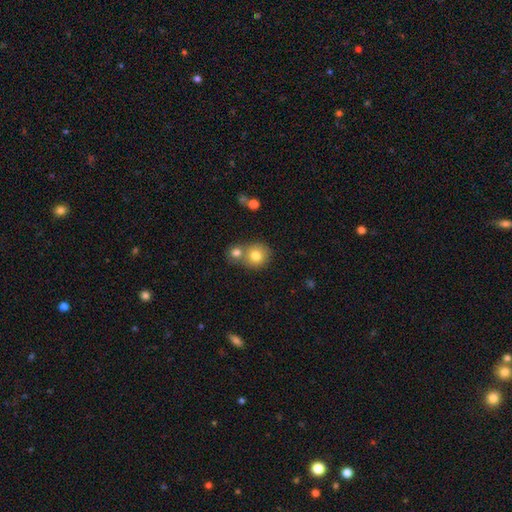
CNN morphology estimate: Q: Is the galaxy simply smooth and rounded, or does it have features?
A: smooth — 77%.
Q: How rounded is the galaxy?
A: round — 84%.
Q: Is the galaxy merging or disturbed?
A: none — 48%.